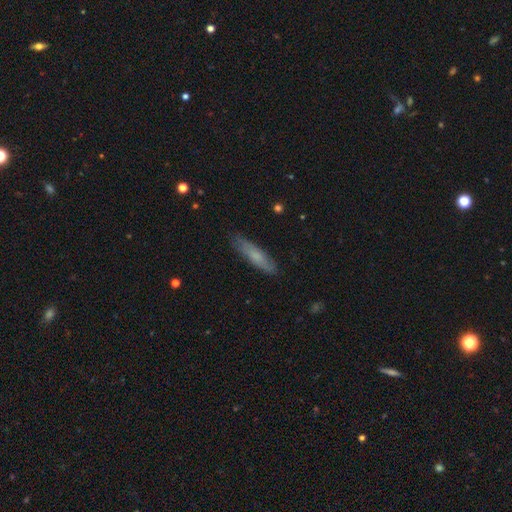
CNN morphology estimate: Smooth or featured?
  - smooth: 65% *
  - featured or disk: 28%
  - star or artifact: 6%
How rounded?
  - cigar-shaped: 81% *
  - in between: 18%
  - round: 2%
Merging?
  - none: 84% *
  - minor disturbance: 13%
  - major disturbance: 2%
  - merger: 1%